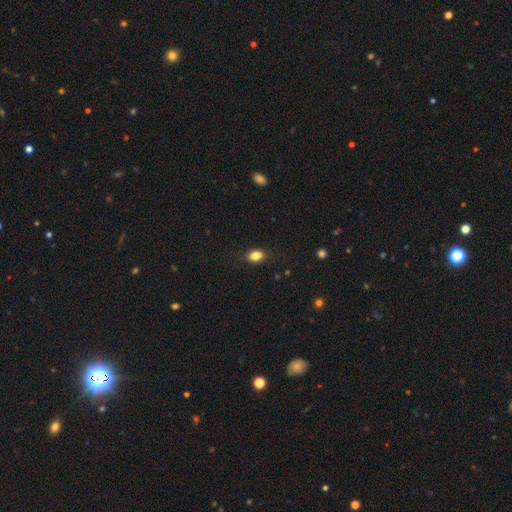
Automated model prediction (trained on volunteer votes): This is clearly a smooth galaxy (84%). How rounded: likely in between (73%). Merging: clearly none (85%).